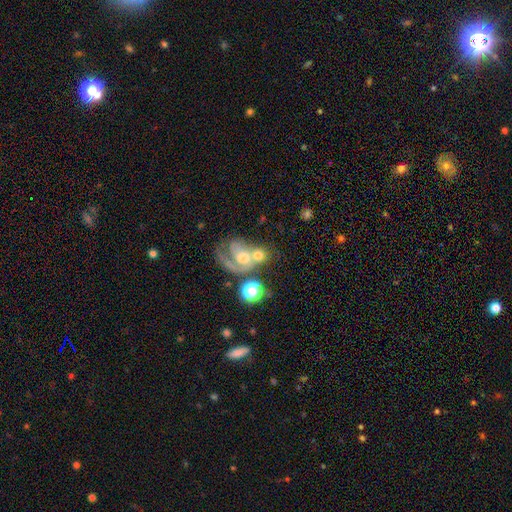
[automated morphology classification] Q: Smooth or featured?
A: featured or disk (68%); runner-up: smooth (21%)
Q: Edge-on disk?
A: no (97%); runner-up: yes (3%)
Q: Bar?
A: no (68%); runner-up: weak (25%)
Q: Spiral arms?
A: yes (79%); runner-up: no (21%)
Q: Spiral winding?
A: medium (39%); runner-up: tight (38%)
Q: Spiral arm count?
A: 1 (58%); runner-up: 2 (25%)
Q: Bulge size?
A: moderate (56%); runner-up: small (23%)
Q: Merging?
A: merger (46%); runner-up: none (26%)